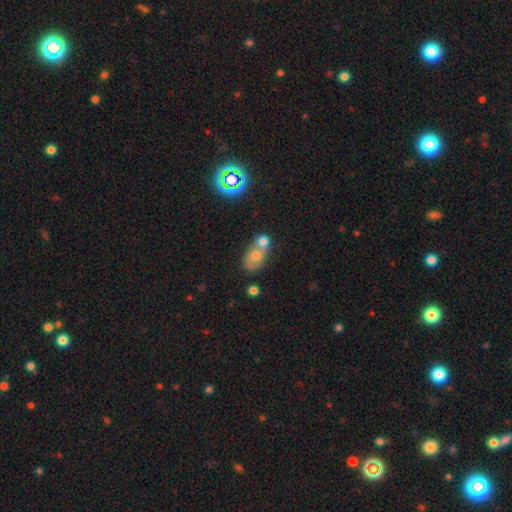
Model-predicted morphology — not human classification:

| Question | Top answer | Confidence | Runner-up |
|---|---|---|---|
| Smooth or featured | smooth | 49% | featured or disk (33%) |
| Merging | merger | 58% | none (27%) |